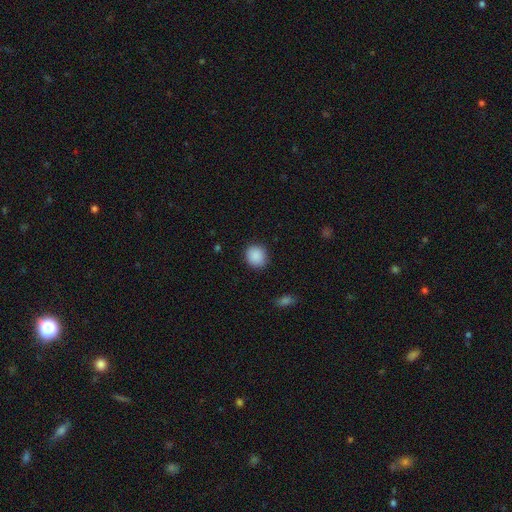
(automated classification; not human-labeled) Q: Smooth or featured?
A: smooth (89%); runner-up: star or artifact (8%)
Q: How rounded?
A: round (82%); runner-up: in between (17%)
Q: Merging?
A: none (87%); runner-up: minor disturbance (9%)